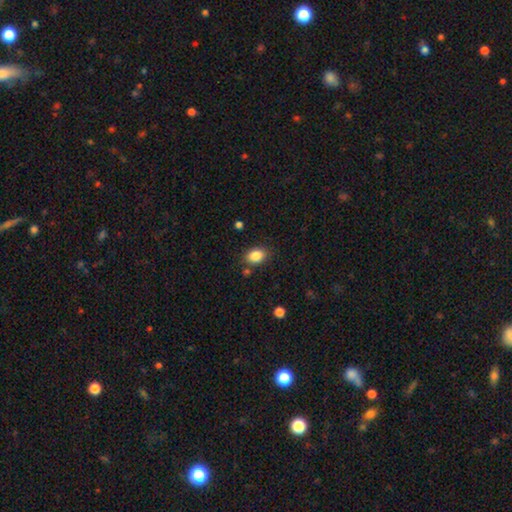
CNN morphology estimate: The model was most divided on "how rounded": in between: 76%, round: 23%, cigar-shaped: 1%. More confident: smooth or featured — smooth (86%); merging — none (79%).